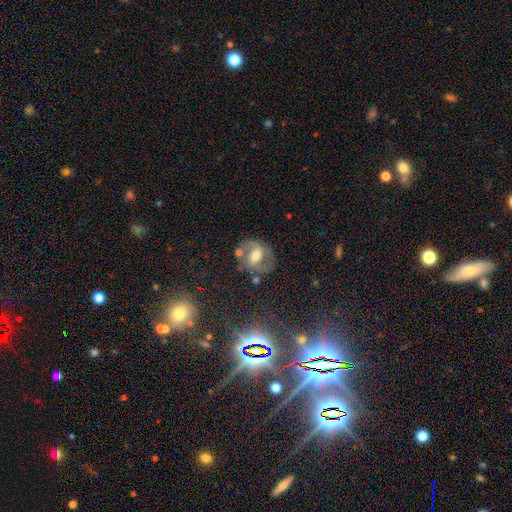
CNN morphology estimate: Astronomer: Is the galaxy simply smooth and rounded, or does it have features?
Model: featured or disk — 65%.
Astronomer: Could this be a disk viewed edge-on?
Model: no — 94%.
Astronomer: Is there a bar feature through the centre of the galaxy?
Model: weak — 39% (runner-up: strong, 36%).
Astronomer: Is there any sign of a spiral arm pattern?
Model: yes — 67%.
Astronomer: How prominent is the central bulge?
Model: moderate — 67%.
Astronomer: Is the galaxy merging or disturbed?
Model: none — 65%.